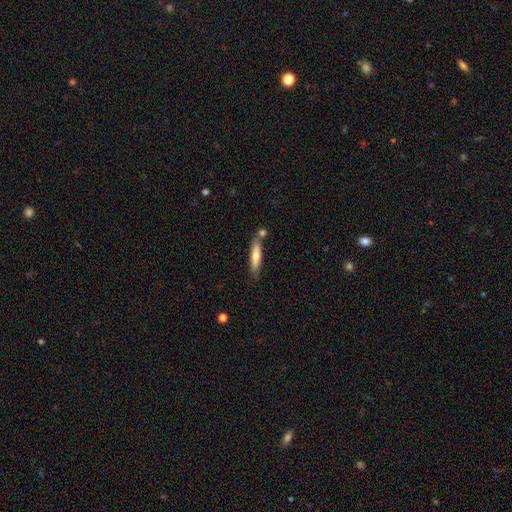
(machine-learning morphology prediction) This appears to be a smooth galaxy with no disk features (64%) that is cigar-shaped (82%). Merging: none (72%).